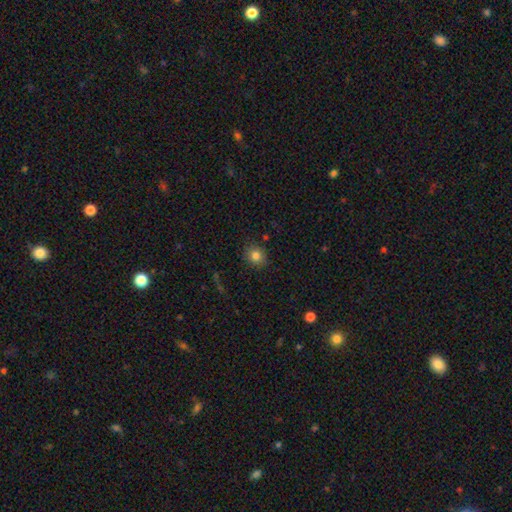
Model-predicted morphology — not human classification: smooth_or_featured: smooth (p=0.81) [alt: star or artifact p=0.12]
how_rounded: round (p=0.80) [alt: in between p=0.19]
merging: none (p=0.87) [alt: minor disturbance p=0.09]